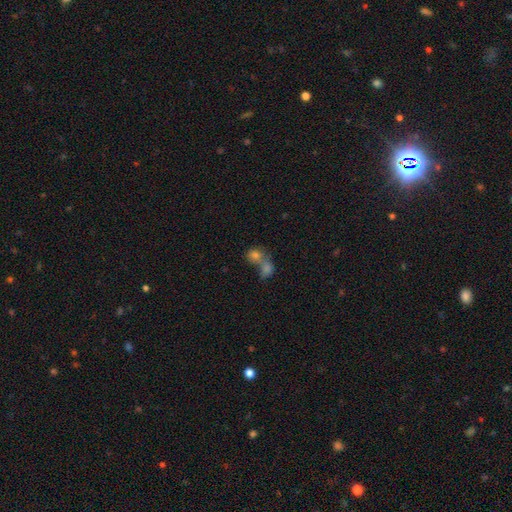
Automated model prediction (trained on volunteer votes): A smooth galaxy with no disk features (71%) that is round (59%).

Vote fractions:
- Smooth or featured? smooth: 71% / star or artifact: 15% / featured or disk: 14%
- How rounded? round: 59% / in between: 39% / cigar-shaped: 2%
- Merging? merger: 65% / none: 25% / minor disturbance: 6% / major disturbance: 4%